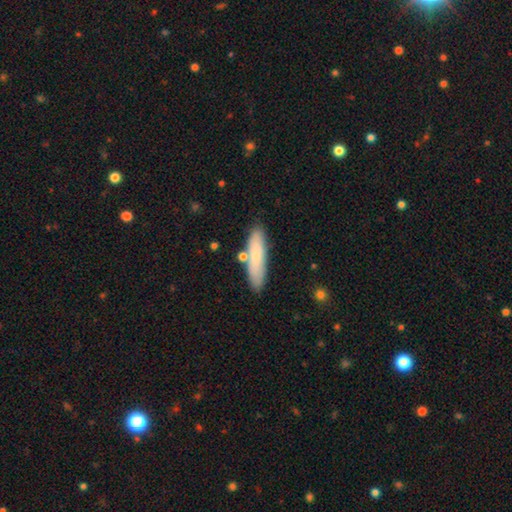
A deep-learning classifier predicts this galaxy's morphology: type=smooth (76%); roundness=cigar-shaped (72%); merging=none (80%).